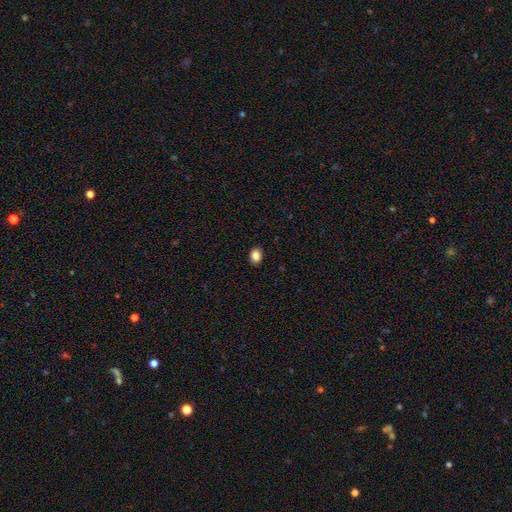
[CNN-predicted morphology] Smooth or featured?
  - smooth: 85% *
  - star or artifact: 10%
  - featured or disk: 5%
How rounded?
  - in between: 57% *
  - round: 42%
  - cigar-shaped: 1%
Merging?
  - none: 90% *
  - minor disturbance: 7%
  - major disturbance: 2%
  - merger: 1%